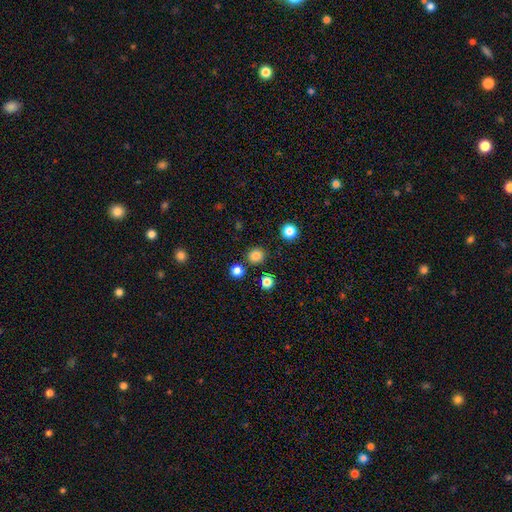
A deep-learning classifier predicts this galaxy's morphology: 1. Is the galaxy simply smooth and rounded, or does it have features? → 81% smooth, 15% star or artifact, 4% featured or disk.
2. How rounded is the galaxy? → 90% round, 9% in between, 1% cigar-shaped.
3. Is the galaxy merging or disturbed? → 86% none, 6% minor disturbance, 6% merger, 2% major disturbance.